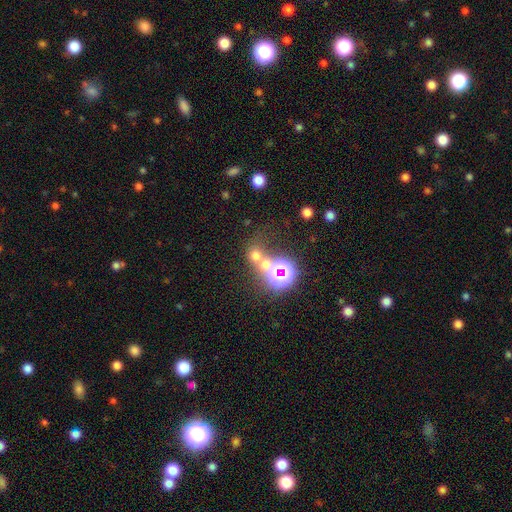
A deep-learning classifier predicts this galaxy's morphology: type=smooth (52%); roundness=round (81%); merging=none (52%).